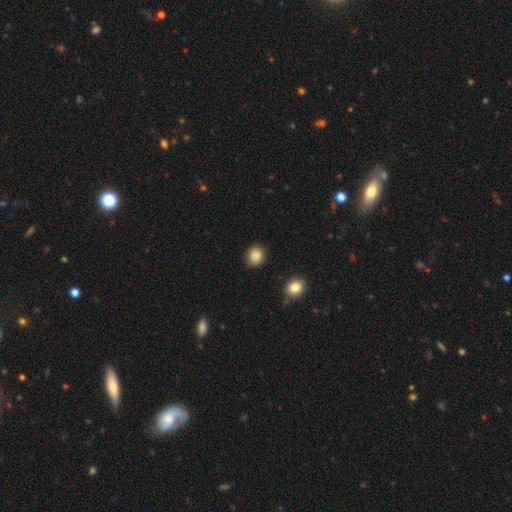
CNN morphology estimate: type=smooth (86%); roundness=round (69%); merging=none (83%).